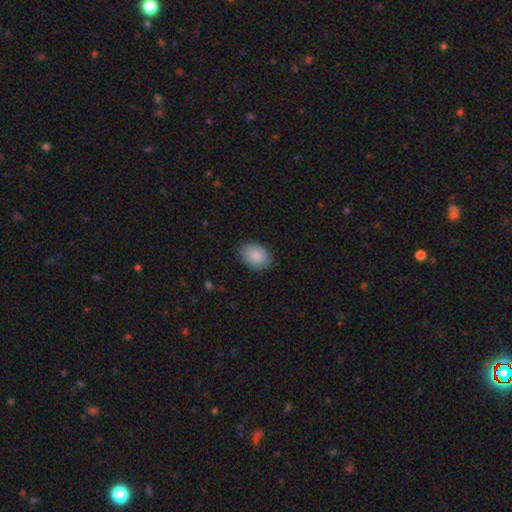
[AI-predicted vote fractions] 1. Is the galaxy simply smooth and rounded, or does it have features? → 86% smooth, 8% featured or disk, 6% star or artifact.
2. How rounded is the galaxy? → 78% in between, 21% round, 1% cigar-shaped.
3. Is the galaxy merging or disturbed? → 84% none, 13% minor disturbance, 3% major disturbance, 1% merger.